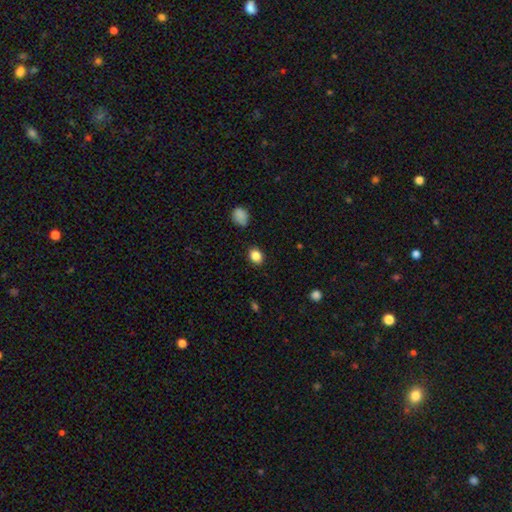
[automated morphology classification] Overall: smooth (85%). How rounded: round (52%; in between 47%). Merging: none (87%).